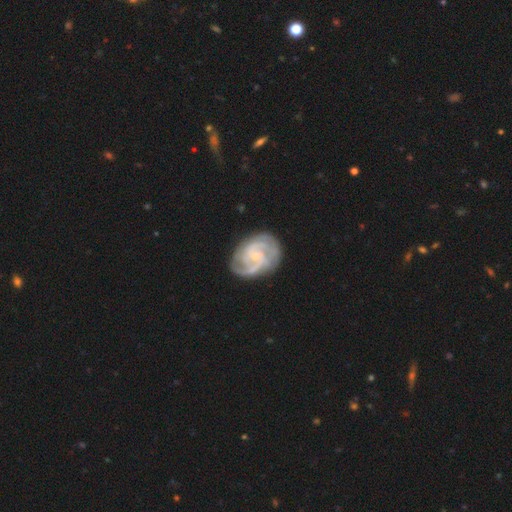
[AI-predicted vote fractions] This appears to be a featured or disk galaxy (89%) with no bar (51%), 2 (52%) tight (48%) spiral arms (98%) and a small central bulge (75%). Merging: none (77%).